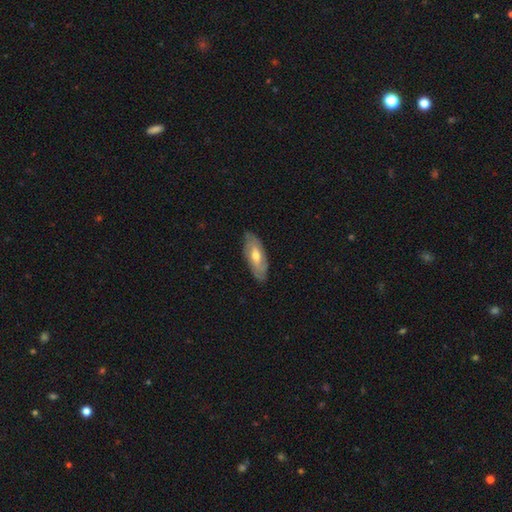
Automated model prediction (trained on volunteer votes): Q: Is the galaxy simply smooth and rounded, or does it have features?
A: featured or disk — 58%.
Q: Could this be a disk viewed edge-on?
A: no — 81%.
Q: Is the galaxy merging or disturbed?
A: none — 82%.